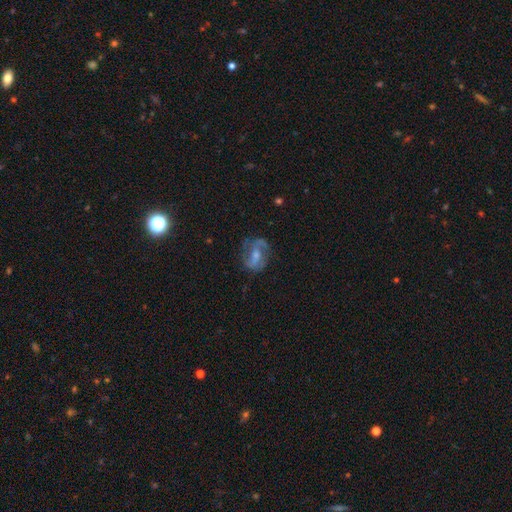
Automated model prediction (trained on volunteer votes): A featured or disk galaxy (67%) with a weak bar (44%), 2 (72%) medium (47%) spiral arms (80%) and a moderate central bulge (42%).

Vote fractions:
- Smooth or featured? featured or disk: 67% / smooth: 25% / star or artifact: 8%
- Edge-on disk? no: 96% / yes: 4%
- Bar? weak: 44% / no: 31% / strong: 26%
- Spiral arms? yes: 80% / no: 20%
- Spiral winding? medium: 47% / loose: 30% / tight: 23%
- Spiral arm count? 2: 72% / can't tell: 15% / 1: 7% / 3: 4% / 4: 1% / more than 4: 1%
- Bulge size? moderate: 42% / small: 39% / none: 11% / large: 6% / dominant: 1%
- Merging? none: 60% / minor disturbance: 22% / major disturbance: 17% / merger: 2%